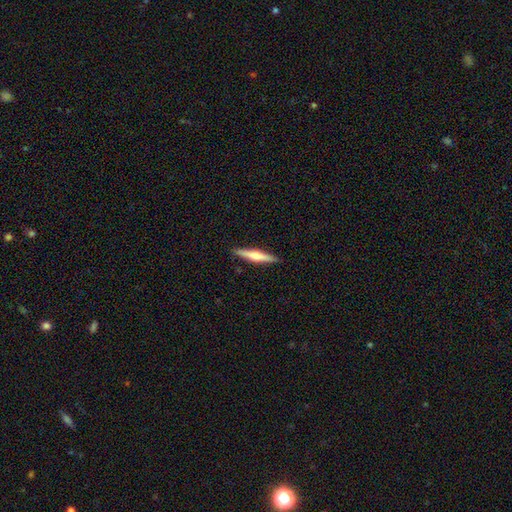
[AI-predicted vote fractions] Smooth or featured? featured or disk (56%)
Edge-on disk? yes (97%)
Edge-on bulge? rounded (86%)
Merging? none (91%)